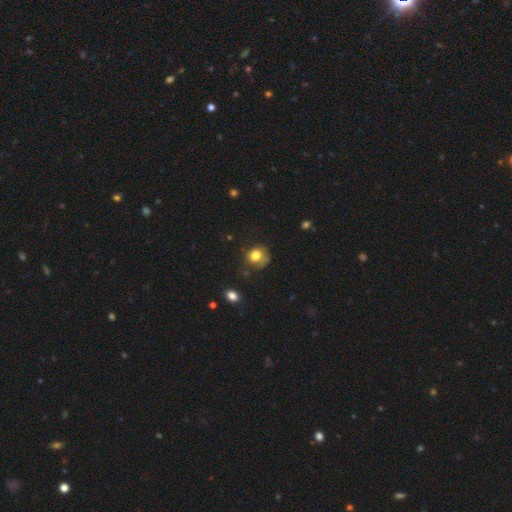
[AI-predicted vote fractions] This appears to be a smooth galaxy with no disk features (77%) that is round (71%). Merging: none (52%).